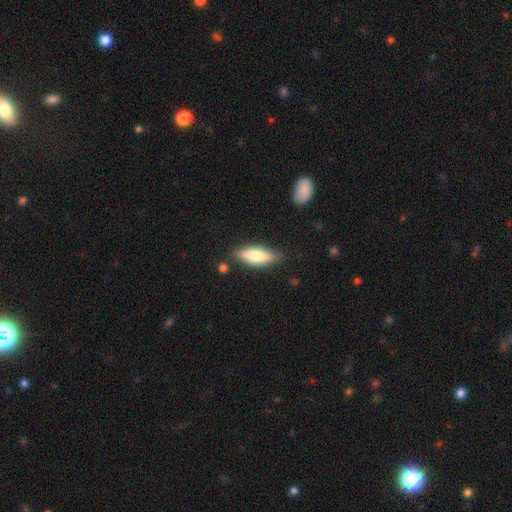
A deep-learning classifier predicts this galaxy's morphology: Smooth or featured?
  - smooth: 62% *
  - featured or disk: 32%
  - star or artifact: 6%
How rounded?
  - in between: 55% *
  - cigar-shaped: 43%
  - round: 2%
Merging?
  - none: 81% *
  - minor disturbance: 14%
  - major disturbance: 3%
  - merger: 2%